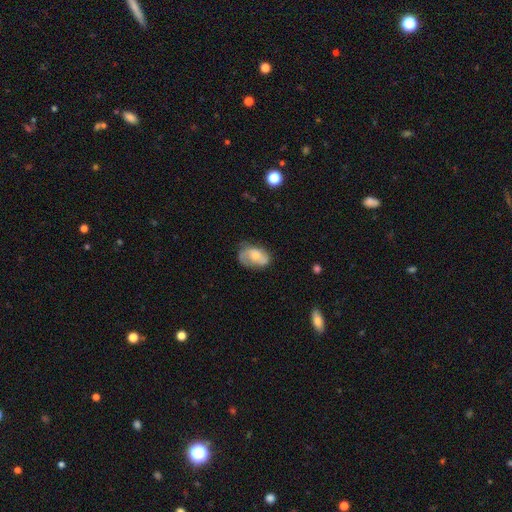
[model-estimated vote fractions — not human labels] Smooth or featured? featured or disk (50%)
Merging? none (55%)